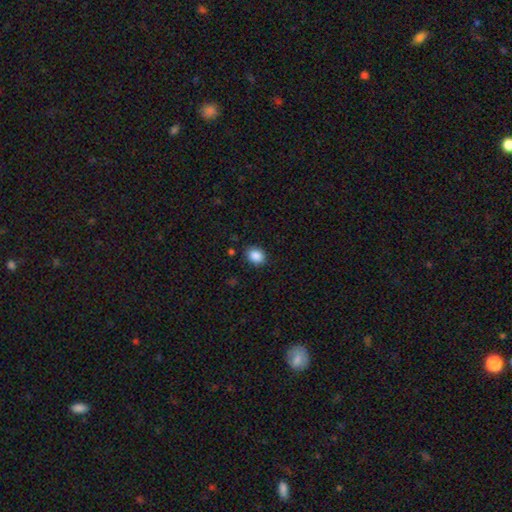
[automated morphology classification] Smooth or featured?
  - smooth: 88% *
  - star or artifact: 9%
  - featured or disk: 3%
How rounded?
  - in between: 51% *
  - round: 48%
  - cigar-shaped: 1%
Merging?
  - none: 86% *
  - minor disturbance: 10%
  - major disturbance: 3%
  - merger: 1%